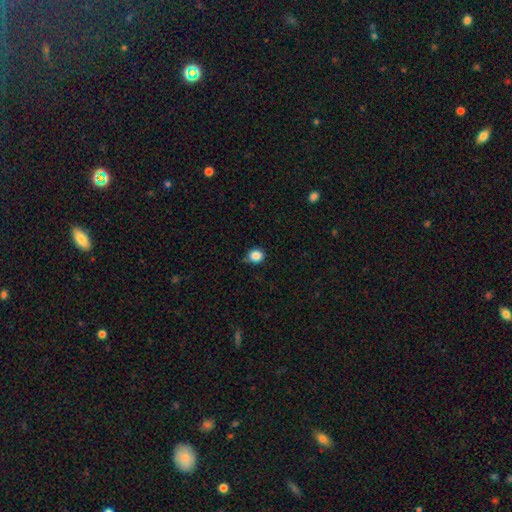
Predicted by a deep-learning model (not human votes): Smooth or featured? Predicted: smooth (p=0.85). How rounded? Predicted: round (p=0.79). Merging? Predicted: none (p=0.74).